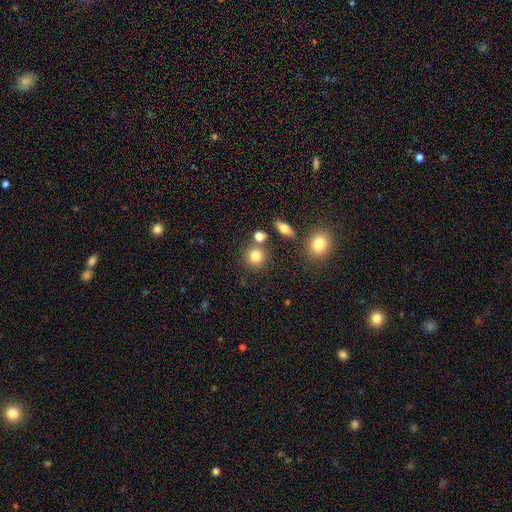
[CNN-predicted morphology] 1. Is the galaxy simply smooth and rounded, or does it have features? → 81% smooth, 11% star or artifact, 8% featured or disk.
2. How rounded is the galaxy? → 88% round, 11% in between, 1% cigar-shaped.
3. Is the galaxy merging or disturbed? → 73% none, 14% merger, 9% minor disturbance, 4% major disturbance.